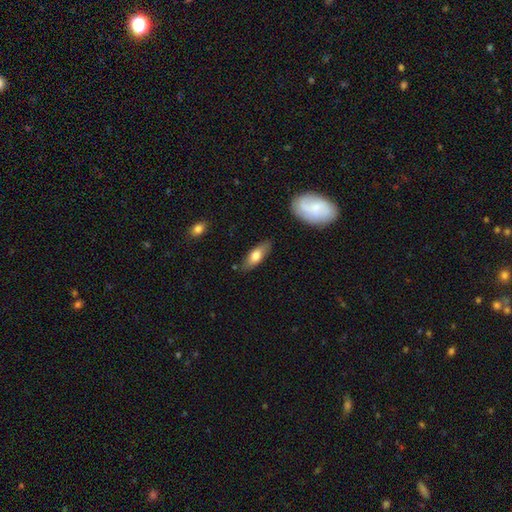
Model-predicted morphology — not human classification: Smooth or featured: smooth — 69% (featured or disk — 25%)
How rounded: in between — 67% (cigar-shaped — 31%)
Merging: none — 82% (minor disturbance — 14%)